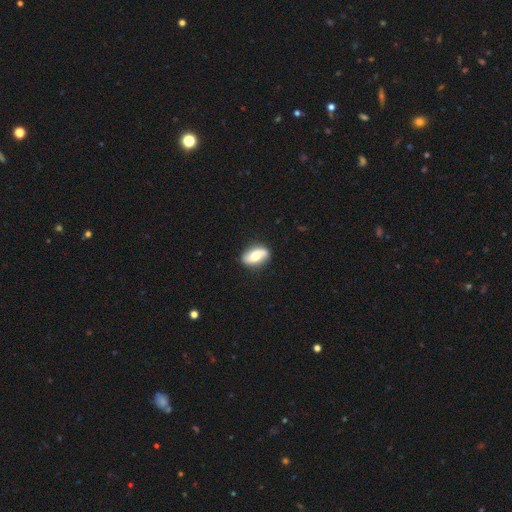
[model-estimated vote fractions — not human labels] A smooth galaxy with no disk features (48%). Merging: none (82%).